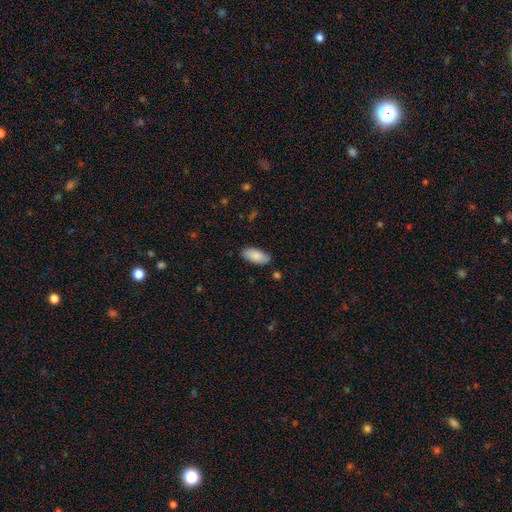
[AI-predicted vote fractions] Overall: smooth (87%). How rounded: in between (91%). Merging: none (84%).